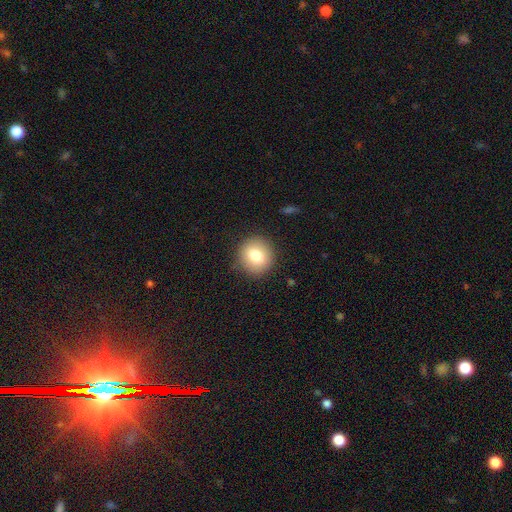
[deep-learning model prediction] This is likely a smooth galaxy (78%). How rounded: clearly round (87%). Merging: clearly none (89%).